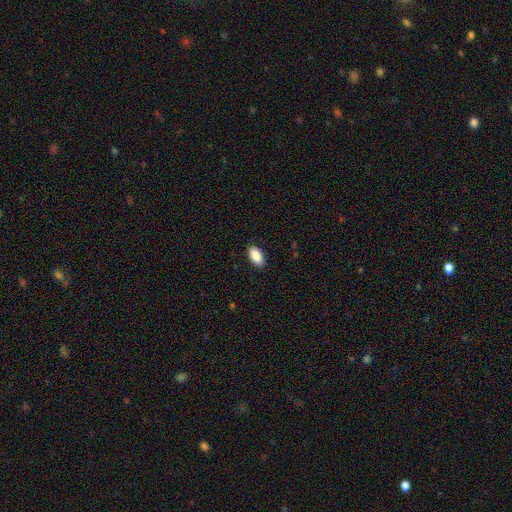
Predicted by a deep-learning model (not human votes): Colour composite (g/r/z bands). It shows a smooth galaxy with no disk features (90%) that is in between round and cigar-shaped (94%). Merging: none (88%).